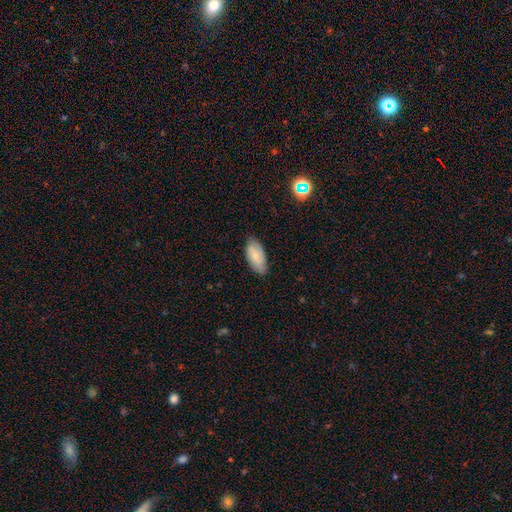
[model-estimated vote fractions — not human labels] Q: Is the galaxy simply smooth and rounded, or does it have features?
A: smooth — 70%.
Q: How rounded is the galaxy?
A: in between — 91%.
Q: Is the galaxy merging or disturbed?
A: none — 79%.